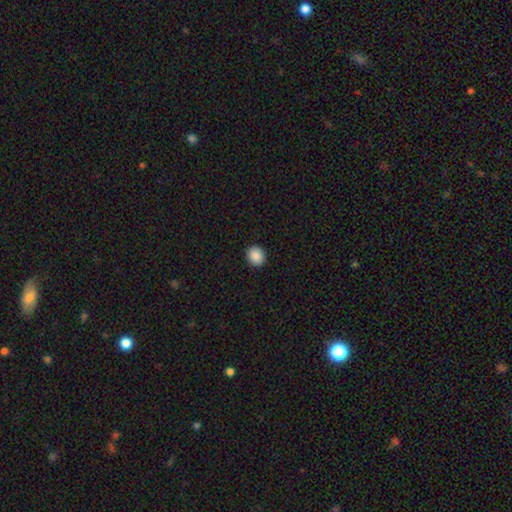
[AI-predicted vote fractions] smooth-or-featured: smooth: 89% | star or artifact: 8% | featured or disk: 3%
  how-rounded: round: 74% | in between: 25% | cigar-shaped: 1%
  merging: none: 92% | minor disturbance: 6% | major disturbance: 2% | merger: 1%